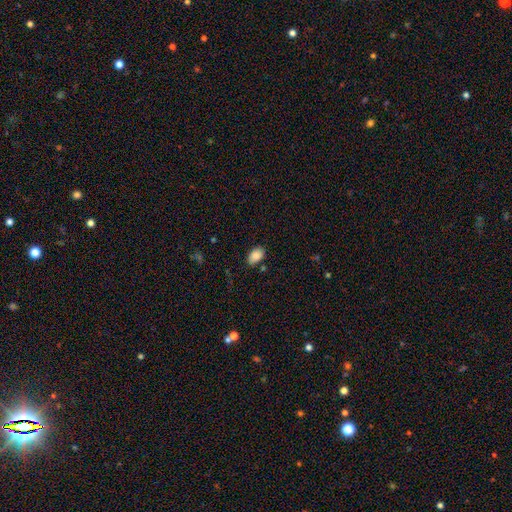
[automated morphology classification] The model was most divided on "merging": none: 80%, minor disturbance: 14%, major disturbance: 3%, merger: 2%. More confident: how rounded — in between (89%); smooth or featured — smooth (88%).